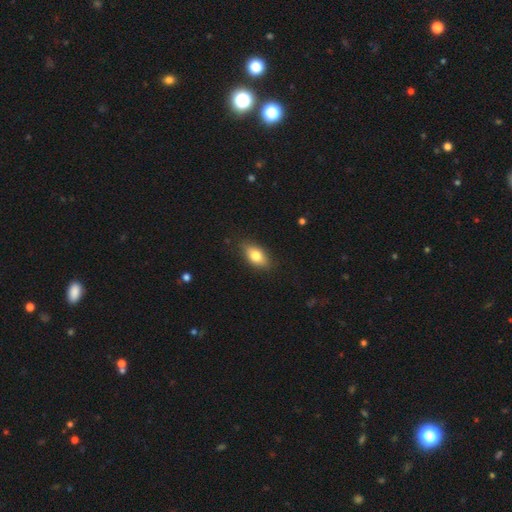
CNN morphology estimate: This appears to be a smooth galaxy with no disk features (76%) that is in between round and cigar-shaped (85%). Merging: none (85%).